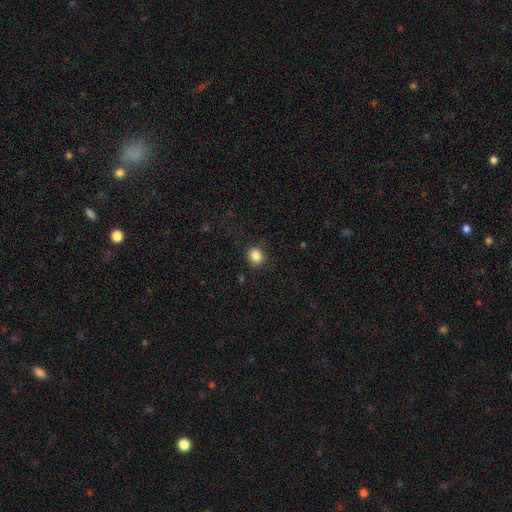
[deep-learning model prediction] smooth_or_featured: smooth (p=0.86) [alt: star or artifact p=0.10]
how_rounded: round (p=0.61) [alt: in between p=0.38]
merging: none (p=0.81) [alt: minor disturbance p=0.13]